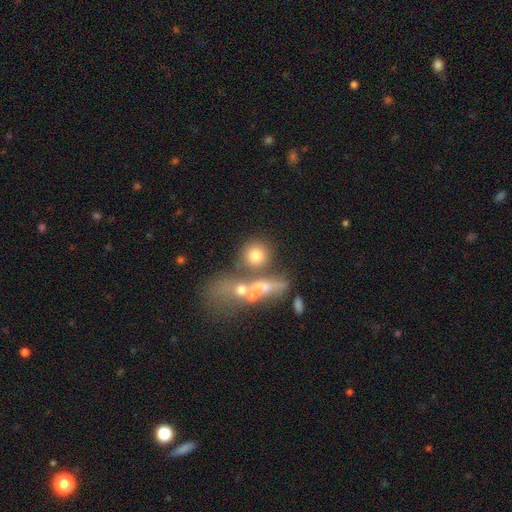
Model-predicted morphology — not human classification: This is likely a smooth galaxy (70%). How rounded: clearly round (82%). Merging: possibly none (49%).